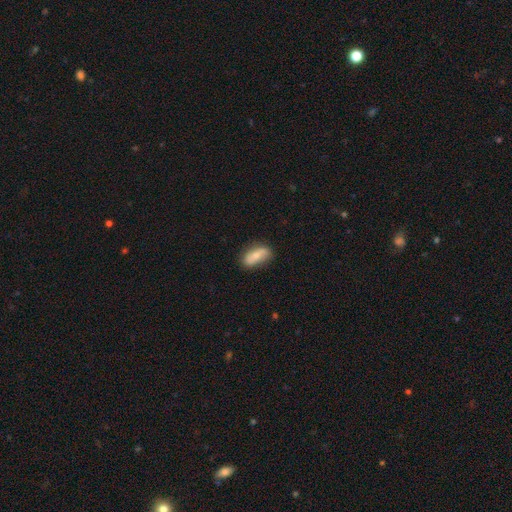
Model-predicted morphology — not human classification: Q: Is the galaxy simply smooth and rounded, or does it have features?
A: smooth — 66%.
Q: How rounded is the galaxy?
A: in between — 79%.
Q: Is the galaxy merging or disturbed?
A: none — 76%.